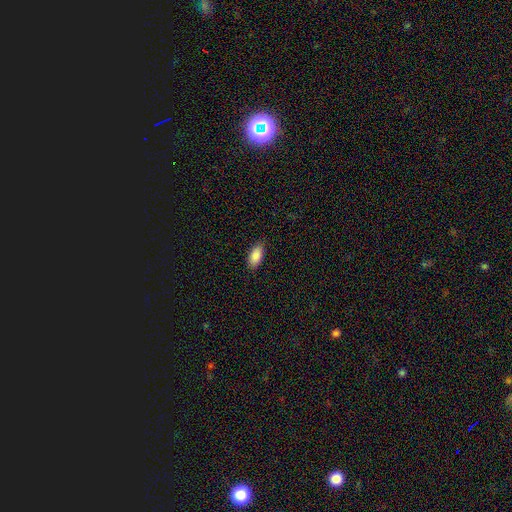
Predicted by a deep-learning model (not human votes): Q: Smooth or featured?
A: smooth (89%); runner-up: star or artifact (7%)
Q: How rounded?
A: in between (92%); runner-up: cigar-shaped (5%)
Q: Merging?
A: none (86%); runner-up: minor disturbance (10%)